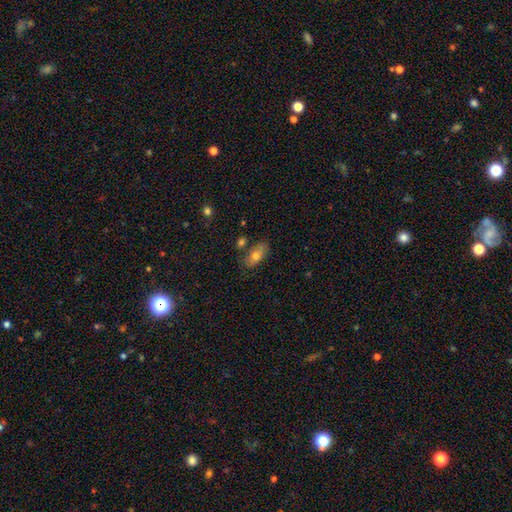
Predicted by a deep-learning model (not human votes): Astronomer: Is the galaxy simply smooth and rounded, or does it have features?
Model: smooth — 70%.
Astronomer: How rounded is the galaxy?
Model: in between — 87%.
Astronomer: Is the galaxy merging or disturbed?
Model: none — 69%.